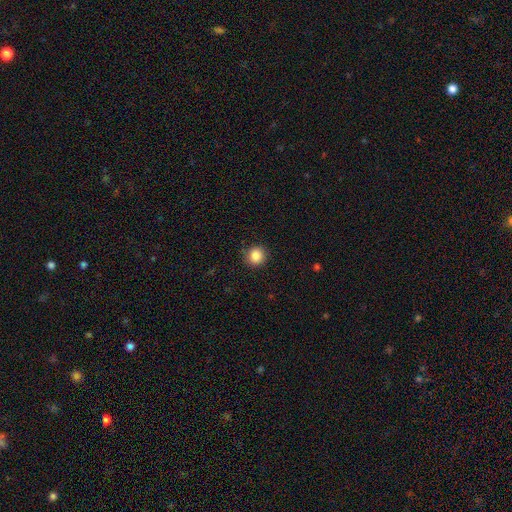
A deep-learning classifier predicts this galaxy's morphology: Q: Smooth or featured?
A: smooth (86%); runner-up: star or artifact (10%)
Q: How rounded?
A: round (91%); runner-up: in between (8%)
Q: Merging?
A: none (86%); runner-up: minor disturbance (10%)